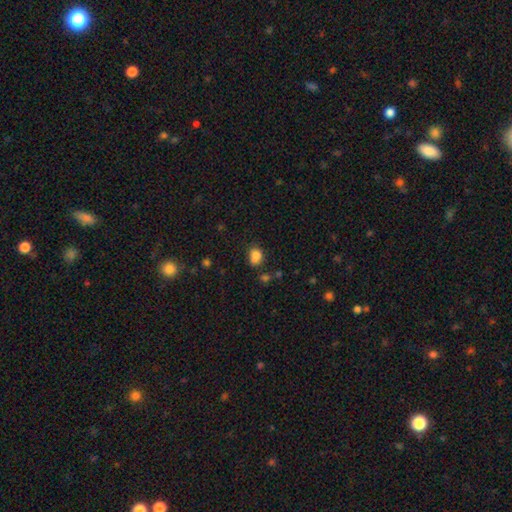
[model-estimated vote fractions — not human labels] Morphology: type=smooth (84%); roundness=in between (61%); merging=none (66%).